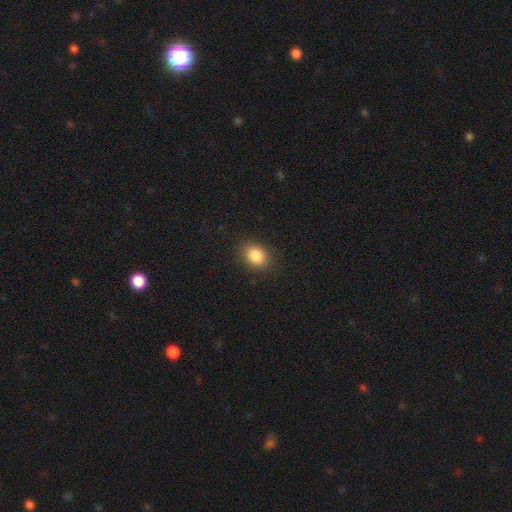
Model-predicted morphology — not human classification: Overall: smooth (85%). How rounded: in between (52%; round 47%). Merging: none (88%).